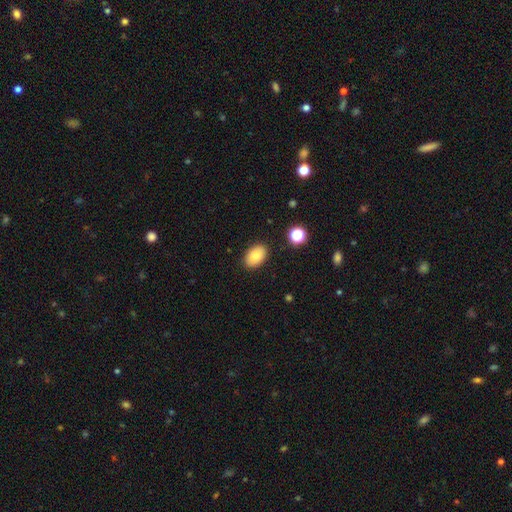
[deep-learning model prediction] smooth_or_featured: smooth (p=0.83) [alt: star or artifact p=0.09]
how_rounded: in between (p=0.88) [alt: round p=0.10]
merging: none (p=0.88) [alt: minor disturbance p=0.09]